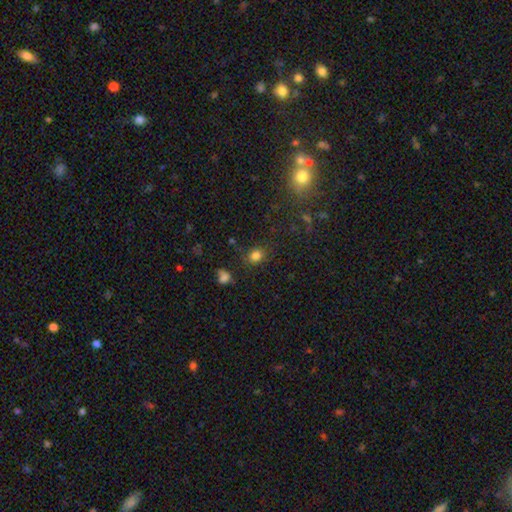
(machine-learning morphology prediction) The model was most divided on "how rounded": round: 63%, in between: 36%, cigar-shaped: 1%. More confident: smooth or featured — smooth (80%); merging — none (80%).